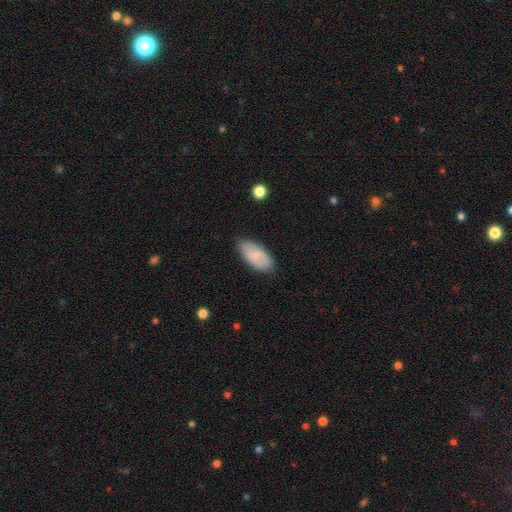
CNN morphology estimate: smooth_or_featured: smooth (p=0.73) [alt: featured or disk p=0.21]
how_rounded: in between (p=0.92) [alt: cigar-shaped p=0.06]
merging: none (p=0.83) [alt: minor disturbance p=0.13]